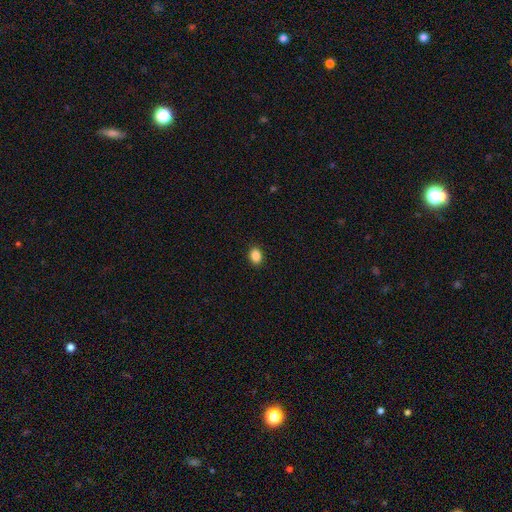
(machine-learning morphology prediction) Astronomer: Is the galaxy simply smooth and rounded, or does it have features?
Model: smooth — 87%.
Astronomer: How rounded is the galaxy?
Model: in between — 65%.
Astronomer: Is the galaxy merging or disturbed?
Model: none — 91%.